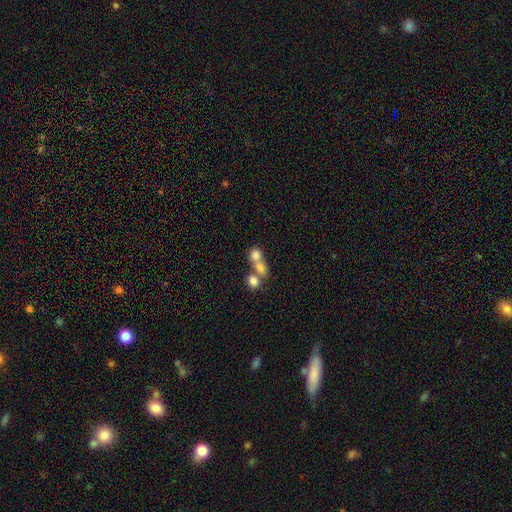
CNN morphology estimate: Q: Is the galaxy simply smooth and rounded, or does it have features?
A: smooth — 74%.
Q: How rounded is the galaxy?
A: round — 72%.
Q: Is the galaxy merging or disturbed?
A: merger — 61%.